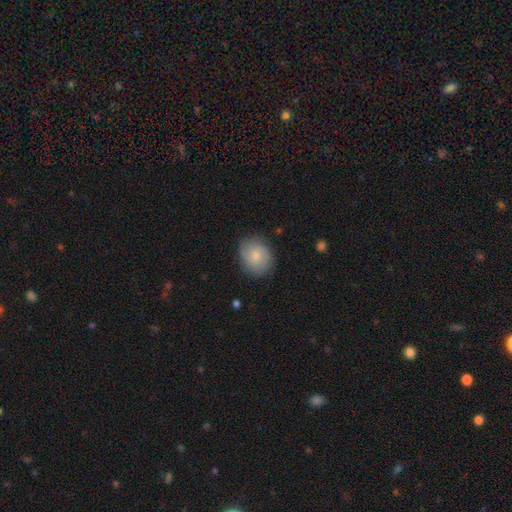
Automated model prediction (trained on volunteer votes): Smooth or featured?
  - smooth: 74% *
  - featured or disk: 19%
  - star or artifact: 7%
How rounded?
  - round: 54% *
  - in between: 45%
  - cigar-shaped: 1%
Merging?
  - none: 81% *
  - minor disturbance: 15%
  - major disturbance: 3%
  - merger: 1%